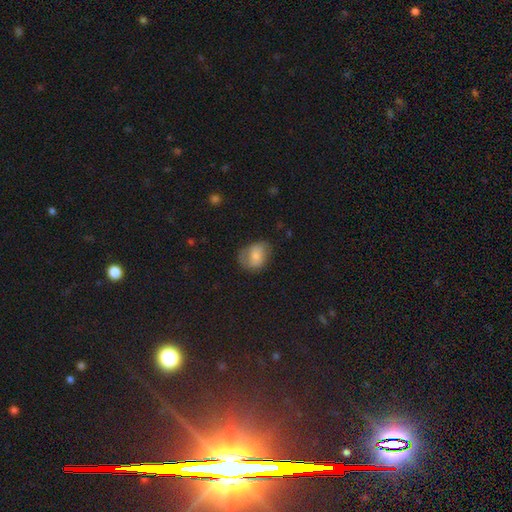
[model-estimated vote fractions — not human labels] Smooth or featured? smooth (66%)
How rounded? in between (56%)
Merging? none (59%)